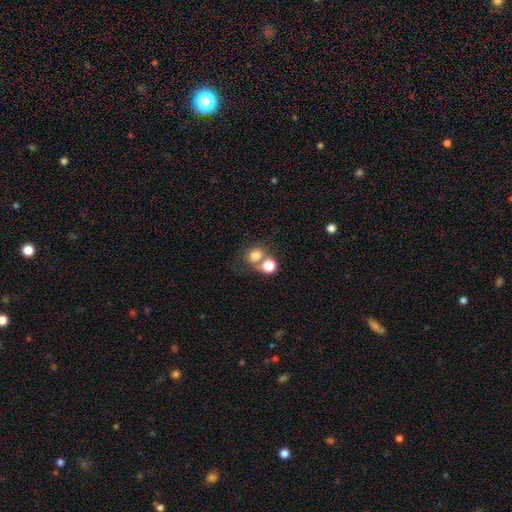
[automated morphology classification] Smooth or featured?
  - smooth: 77% *
  - star or artifact: 13%
  - featured or disk: 10%
How rounded?
  - round: 67% *
  - in between: 32%
  - cigar-shaped: 1%
Merging?
  - none: 44% *
  - merger: 40%
  - minor disturbance: 10%
  - major disturbance: 6%